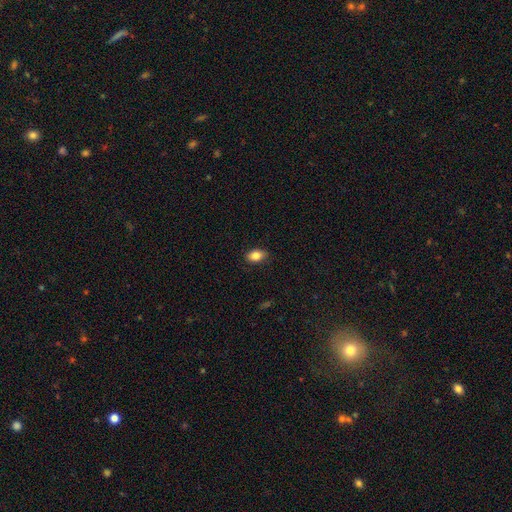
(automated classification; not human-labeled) Smooth or featured? smooth (84%)
How rounded? in between (85%)
Merging? none (86%)